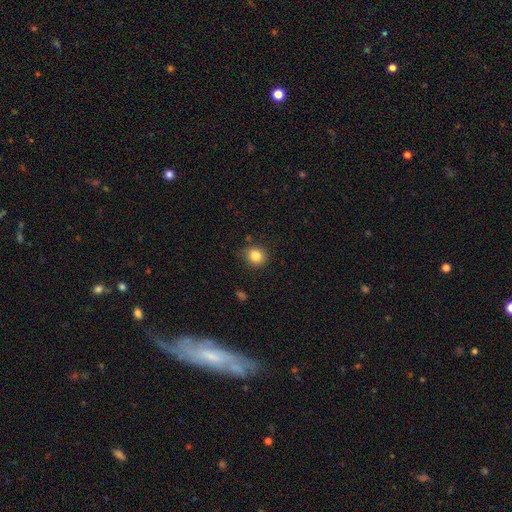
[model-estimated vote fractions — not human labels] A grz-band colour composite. It shows a smooth galaxy with no disk features (84%) that is round (77%). Merging: none (82%).